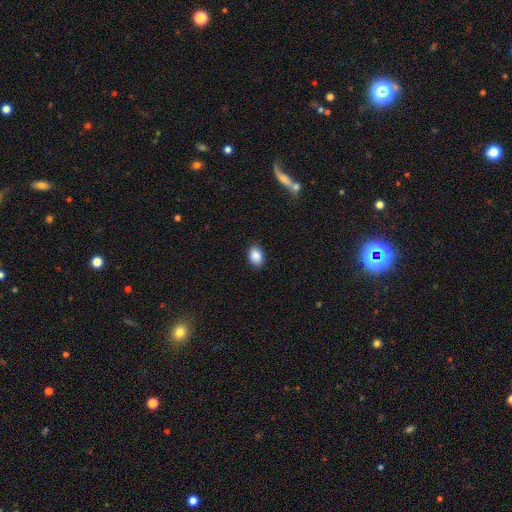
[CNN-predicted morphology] smooth 89%, star or artifact 8%, featured or disk 4%. Down the decision tree: how rounded — in between (80%); merging — none (87%).